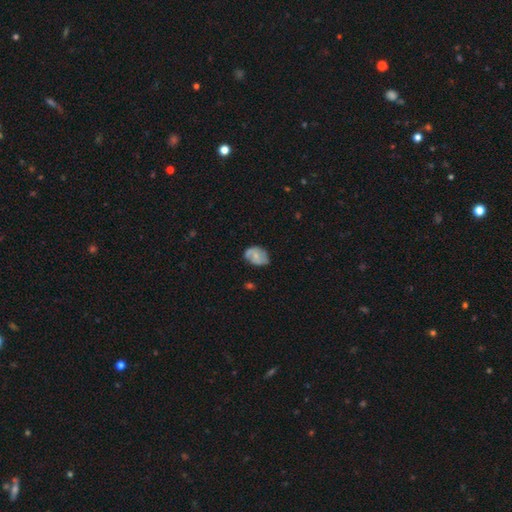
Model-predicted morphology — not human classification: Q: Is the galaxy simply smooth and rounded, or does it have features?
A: smooth — 49%.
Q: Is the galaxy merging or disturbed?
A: none — 56%.